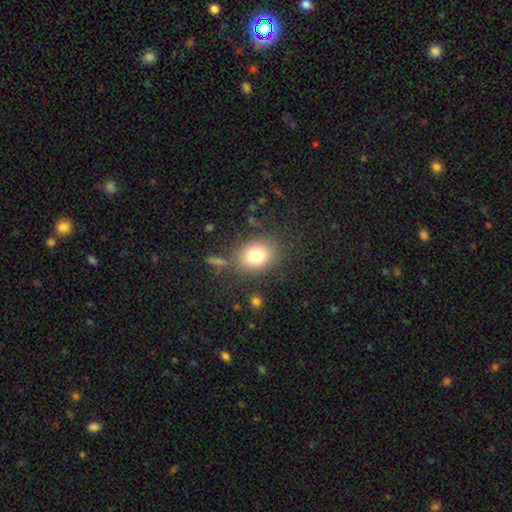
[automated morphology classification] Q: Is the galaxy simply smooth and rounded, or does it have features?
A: smooth — 78%.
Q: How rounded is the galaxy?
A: in between — 50%.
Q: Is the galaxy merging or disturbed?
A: none — 80%.